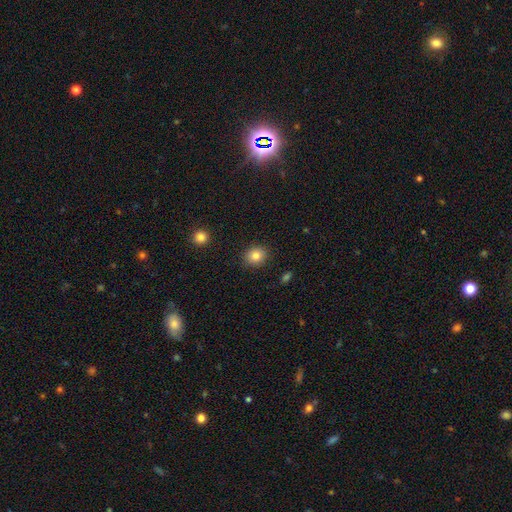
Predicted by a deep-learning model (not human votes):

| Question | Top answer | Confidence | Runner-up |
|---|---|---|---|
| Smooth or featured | smooth | 83% | star or artifact (10%) |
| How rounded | round | 68% | in between (31%) |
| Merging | none | 89% | minor disturbance (8%) |